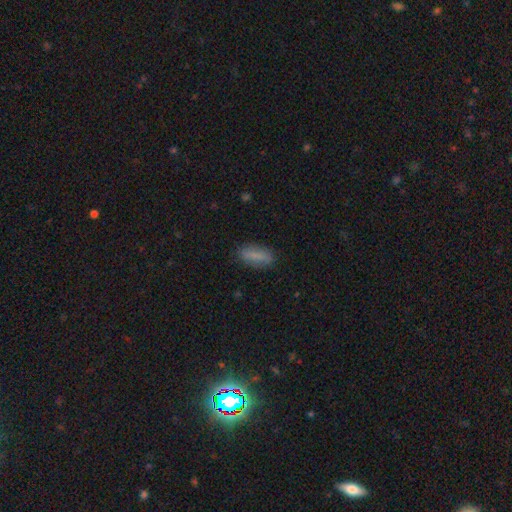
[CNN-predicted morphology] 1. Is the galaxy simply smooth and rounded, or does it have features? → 80% smooth, 13% featured or disk, 7% star or artifact.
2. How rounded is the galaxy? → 60% in between, 37% cigar-shaped, 3% round.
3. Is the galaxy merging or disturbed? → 85% none, 11% minor disturbance, 3% major disturbance, 1% merger.